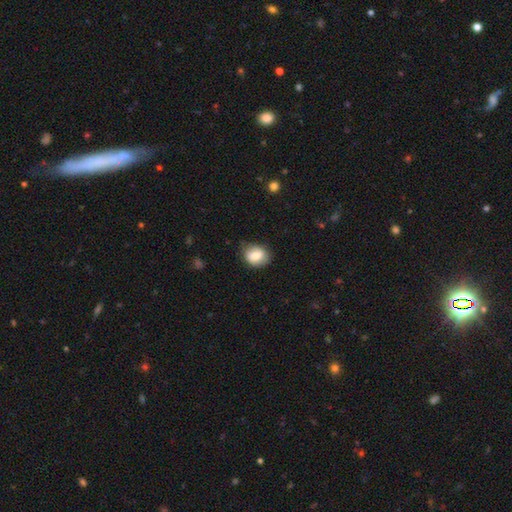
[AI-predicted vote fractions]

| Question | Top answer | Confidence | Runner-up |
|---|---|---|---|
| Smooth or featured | smooth | 71% | featured or disk (22%) |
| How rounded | round | 51% | in between (48%) |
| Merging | none | 75% | minor disturbance (20%) |